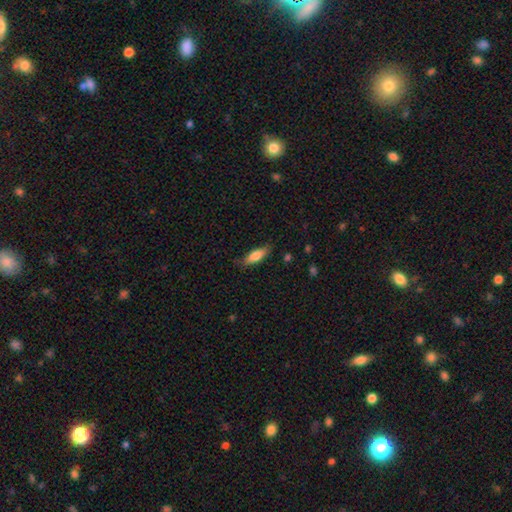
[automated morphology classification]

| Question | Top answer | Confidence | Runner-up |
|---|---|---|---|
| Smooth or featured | smooth | 77% | featured or disk (17%) |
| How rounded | in between | 58% | cigar-shaped (40%) |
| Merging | none | 79% | minor disturbance (16%) |